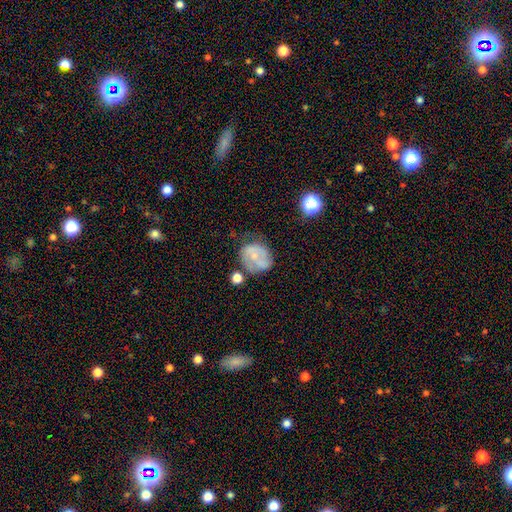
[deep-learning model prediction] A smooth galaxy with no disk features (46%). Merging: none (48%).